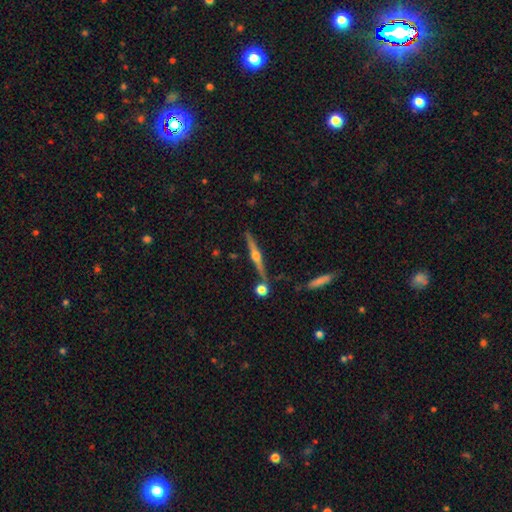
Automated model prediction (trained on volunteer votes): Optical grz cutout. It shows a featured or disk galaxy (80%) viewed edge-on (98%) with a rounded central bulge (94%). Merging: none (82%).